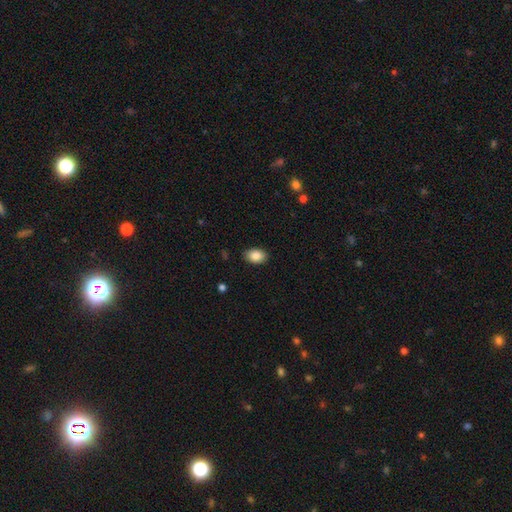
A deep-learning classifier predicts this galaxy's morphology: Smooth or featured: smooth — 87% (star or artifact — 8%)
How rounded: in between — 82% (round — 17%)
Merging: none — 88% (minor disturbance — 9%)